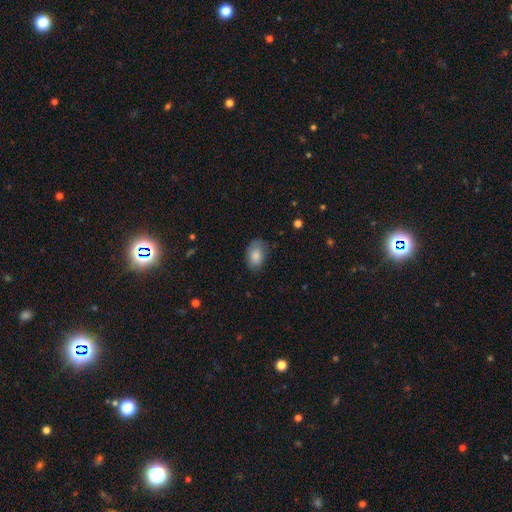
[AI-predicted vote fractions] A smooth galaxy with no disk features (83%) that is in between round and cigar-shaped (87%).

Vote fractions:
- Smooth or featured? smooth: 83% / featured or disk: 9% / star or artifact: 7%
- How rounded? in between: 87% / round: 11% / cigar-shaped: 1%
- Merging? none: 68% / minor disturbance: 24% / major disturbance: 6% / merger: 1%